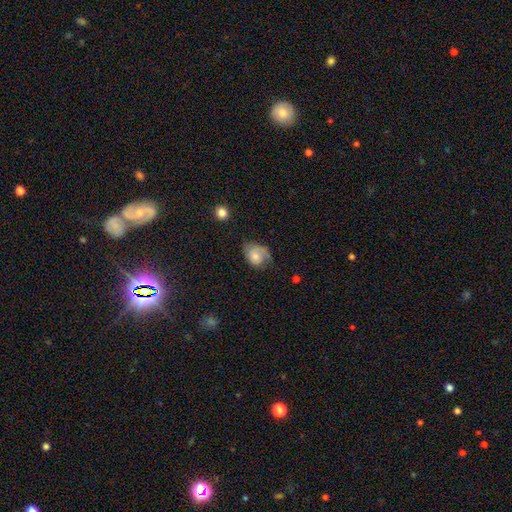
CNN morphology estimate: smooth-or-featured: smooth: 55% | featured or disk: 36% | star or artifact: 9%
  how-rounded: round: 50% | in between: 49% | cigar-shaped: 1%
  merging: none: 43% | minor disturbance: 34% | major disturbance: 21% | merger: 2%